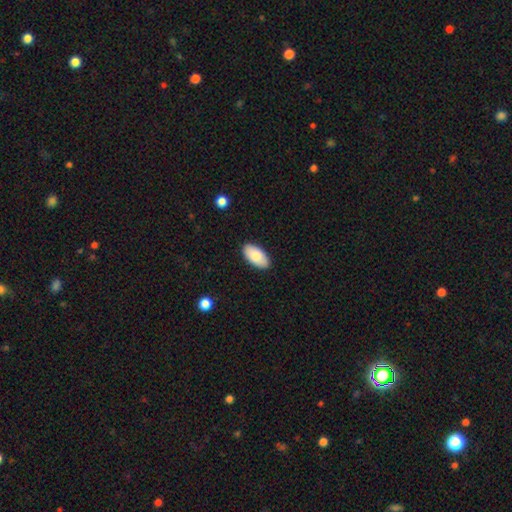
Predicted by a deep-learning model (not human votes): Q: Smooth or featured?
A: smooth (82%); runner-up: featured or disk (12%)
Q: How rounded?
A: in between (96%); runner-up: round (2%)
Q: Merging?
A: none (89%); runner-up: minor disturbance (8%)